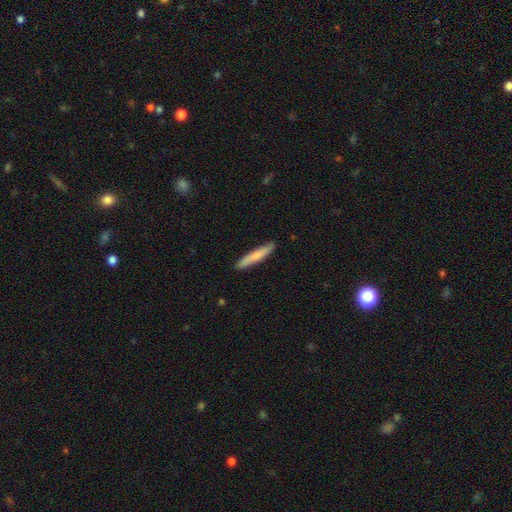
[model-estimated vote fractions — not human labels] Smooth or featured?
  - smooth: 73% *
  - featured or disk: 22%
  - star or artifact: 5%
How rounded?
  - cigar-shaped: 93% *
  - in between: 6%
  - round: 1%
Merging?
  - none: 90% *
  - minor disturbance: 8%
  - major disturbance: 1%
  - merger: 1%